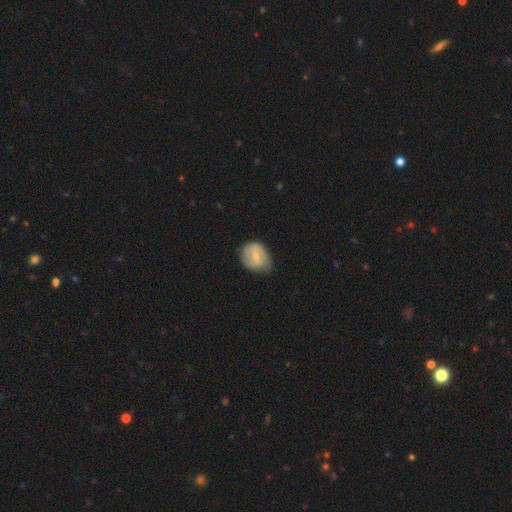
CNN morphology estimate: This is possibly a smooth galaxy (54%). How rounded: possibly round (50%). Merging: possibly none (58%).